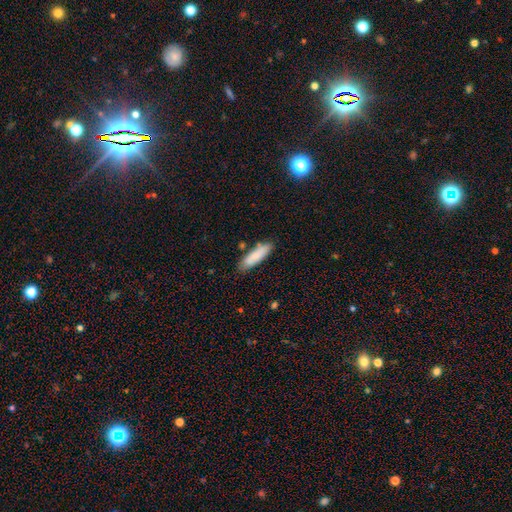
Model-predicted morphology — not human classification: This appears to be a smooth galaxy with no disk features (84%) that is cigar-shaped (67%). Merging: none (81%).